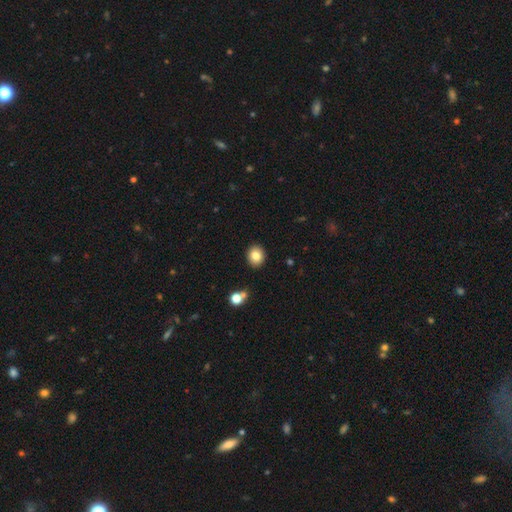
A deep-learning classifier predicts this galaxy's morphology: The model was most divided on "how rounded": round: 70%, in between: 29%, cigar-shaped: 1%. More confident: merging — none (90%); smooth or featured — smooth (83%).